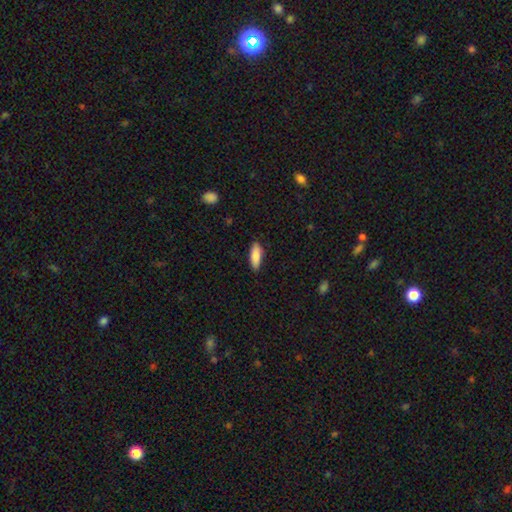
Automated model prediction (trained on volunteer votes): Smooth or featured? Predicted: smooth (p=0.87). How rounded? Predicted: in between (p=0.64). Merging? Predicted: none (p=0.85).